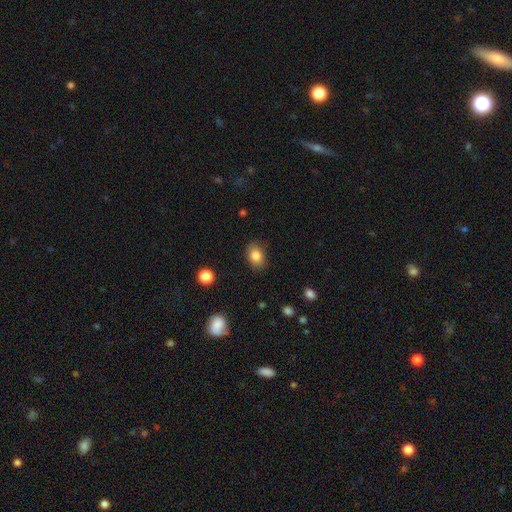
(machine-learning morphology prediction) smooth 84%, star or artifact 9%, featured or disk 7%. Down the decision tree: how rounded — in between (74%); merging — none (85%).